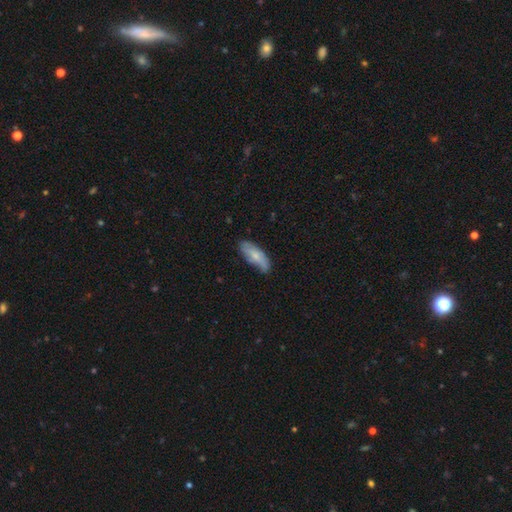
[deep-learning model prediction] A smooth galaxy with no disk features (65%) that is in between round and cigar-shaped (71%). Merging: none (64%).